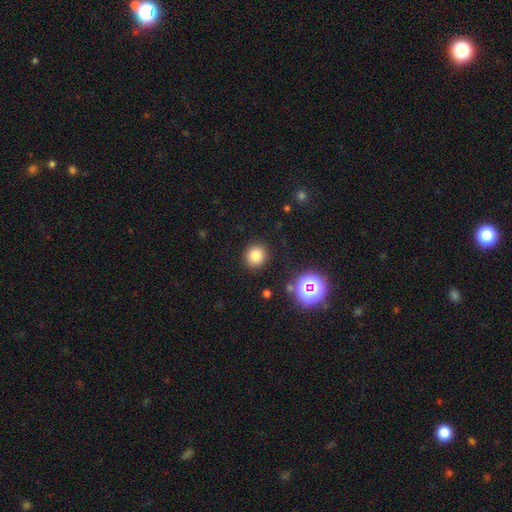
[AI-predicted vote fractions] A smooth galaxy with no disk features (79%) that is round (88%).

Vote fractions:
- Smooth or featured? smooth: 79% / star or artifact: 15% / featured or disk: 6%
- How rounded? round: 88% / in between: 11% / cigar-shaped: 1%
- Merging? none: 90% / minor disturbance: 6% / major disturbance: 2% / merger: 2%